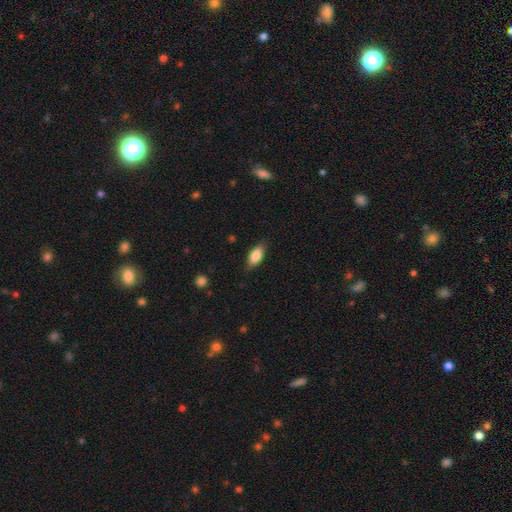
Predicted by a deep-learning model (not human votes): smooth 83%, featured or disk 11%, star or artifact 7%. Down the decision tree: how rounded — in between (85%); merging — none (80%).